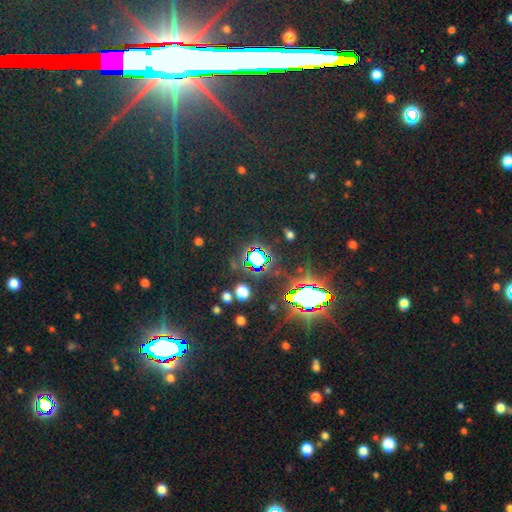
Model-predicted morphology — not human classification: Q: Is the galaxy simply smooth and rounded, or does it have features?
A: star or artifact — 73%.